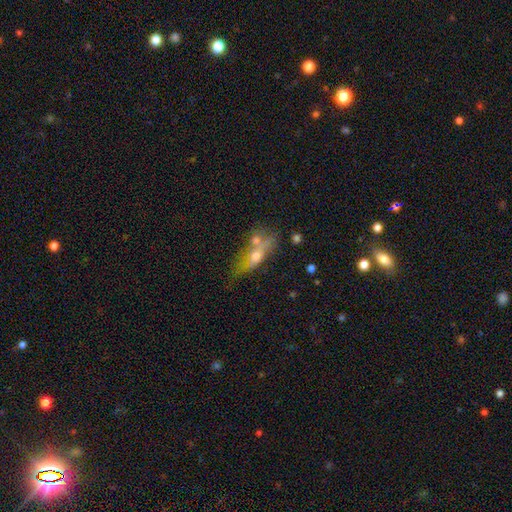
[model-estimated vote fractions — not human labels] featured or disk 45%, smooth 43%, star or artifact 11%. Down the decision tree: merging — none (40%).